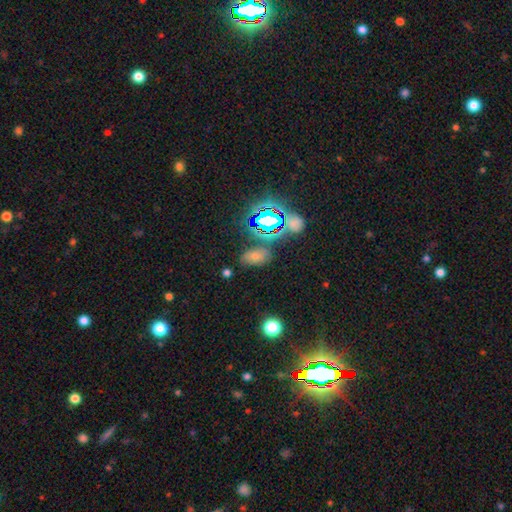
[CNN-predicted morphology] Q: Smooth or featured?
A: smooth (58%); runner-up: star or artifact (31%)
Q: How rounded?
A: in between (88%); runner-up: round (10%)
Q: Merging?
A: none (72%); runner-up: minor disturbance (16%)